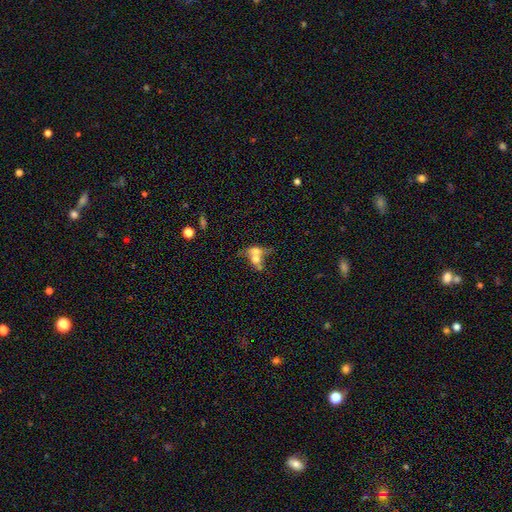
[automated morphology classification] Q: Smooth or featured?
A: smooth (58%); runner-up: featured or disk (30%)
Q: How rounded?
A: in between (58%); runner-up: round (38%)
Q: Merging?
A: merger (67%); runner-up: none (19%)